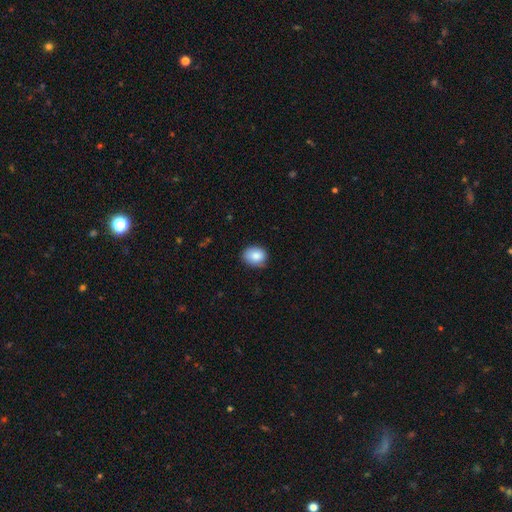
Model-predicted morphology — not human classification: This is clearly a smooth galaxy (86%). How rounded: possibly round (51%). Merging: likely none (79%).